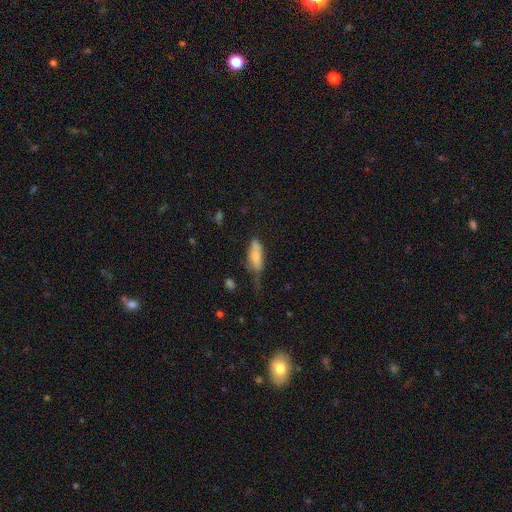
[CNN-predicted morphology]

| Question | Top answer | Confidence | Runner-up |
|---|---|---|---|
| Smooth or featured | smooth | 69% | featured or disk (23%) |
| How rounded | in between | 70% | cigar-shaped (28%) |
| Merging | minor disturbance | 36% | none (32%) |